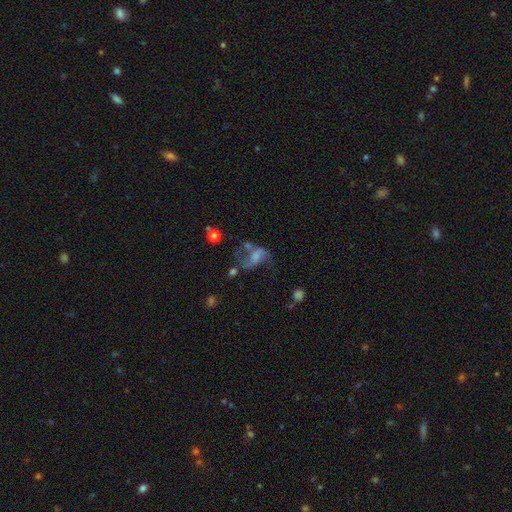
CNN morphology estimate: featured or disk 51%, smooth 35%, star or artifact 14%. Down the decision tree: edge-on disk — no (97%); merging — major disturbance (39%).